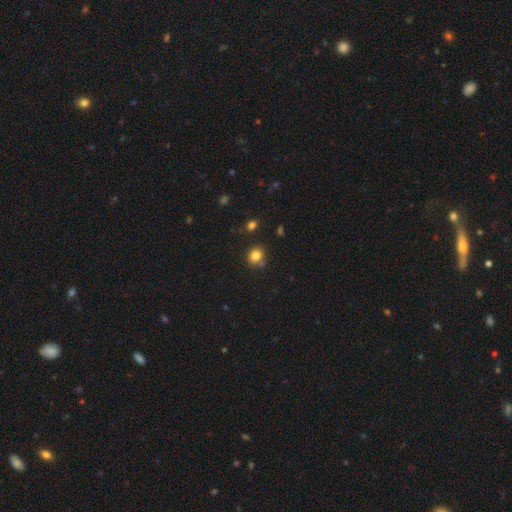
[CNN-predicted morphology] A smooth galaxy with no disk features (80%) that is round (73%). Merging: none (71%).